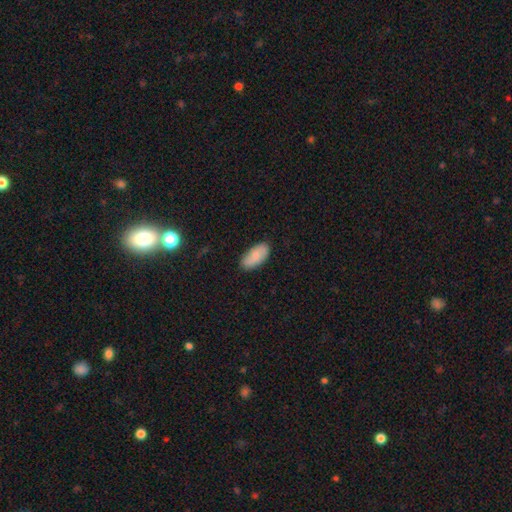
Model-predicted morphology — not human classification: Smooth or featured: smooth — 74% (featured or disk — 19%)
How rounded: in between — 92% (cigar-shaped — 6%)
Merging: none — 83% (minor disturbance — 13%)